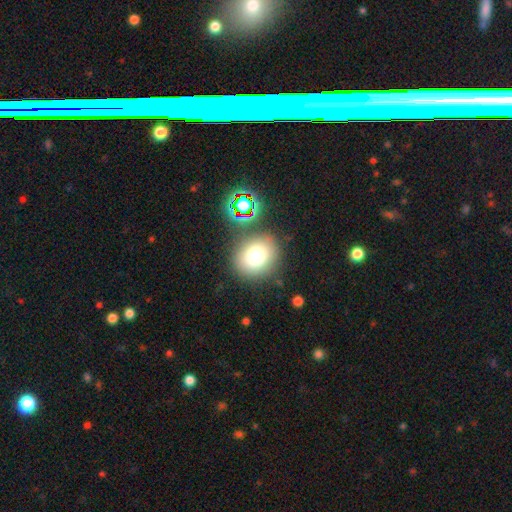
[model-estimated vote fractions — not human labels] smooth-or-featured: smooth: 75% | star or artifact: 15% | featured or disk: 10%
  how-rounded: round: 79% | in between: 20% | cigar-shaped: 1%
  merging: none: 80% | minor disturbance: 10% | merger: 7% | major disturbance: 4%